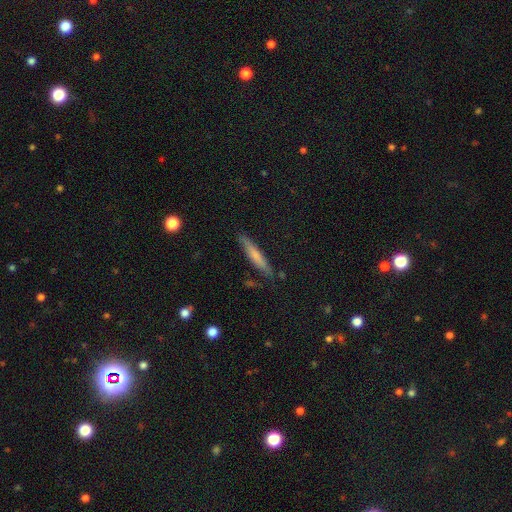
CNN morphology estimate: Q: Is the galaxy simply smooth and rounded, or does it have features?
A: smooth — 62%.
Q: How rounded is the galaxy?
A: cigar-shaped — 92%.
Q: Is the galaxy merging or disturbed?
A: none — 83%.